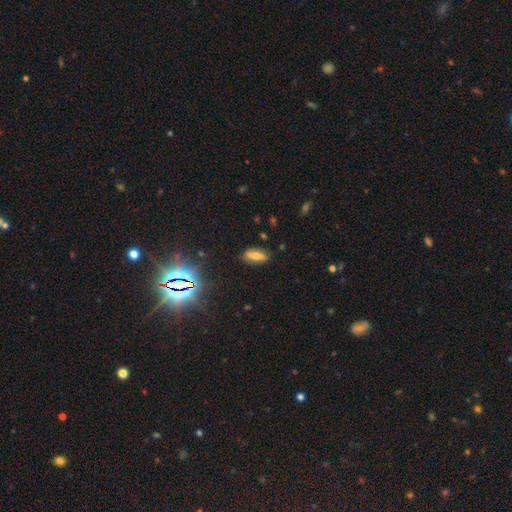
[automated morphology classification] Smooth or featured?
  - smooth: 54% *
  - featured or disk: 30%
  - star or artifact: 16%
How rounded?
  - in between: 68% *
  - cigar-shaped: 27%
  - round: 5%
Merging?
  - none: 83% *
  - minor disturbance: 12%
  - major disturbance: 3%
  - merger: 2%